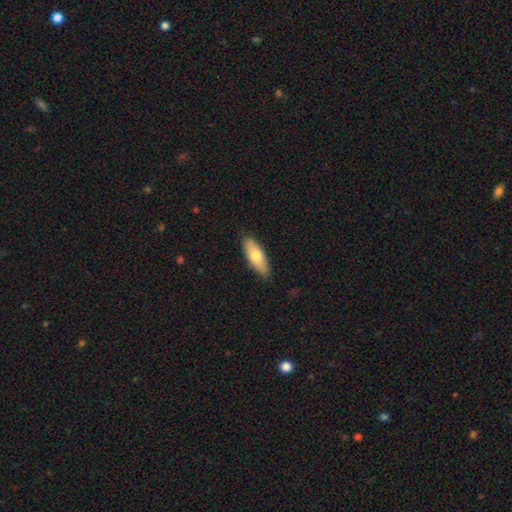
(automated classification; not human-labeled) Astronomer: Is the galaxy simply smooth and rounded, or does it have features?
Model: smooth — 74%.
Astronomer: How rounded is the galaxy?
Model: in between — 67%.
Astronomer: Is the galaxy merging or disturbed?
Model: none — 85%.